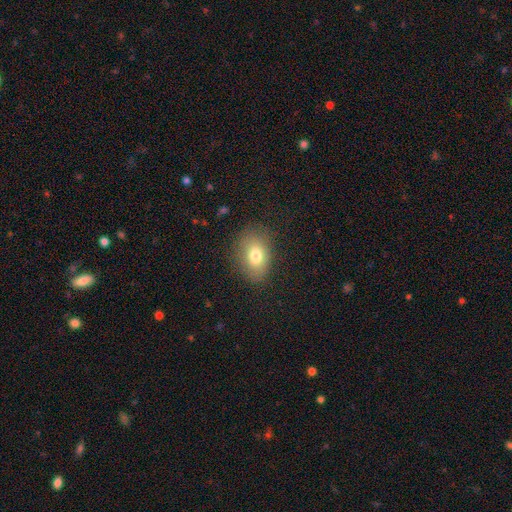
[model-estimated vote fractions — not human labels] Morphology: type=smooth (77%); roundness=in between (80%); merging=none (82%).